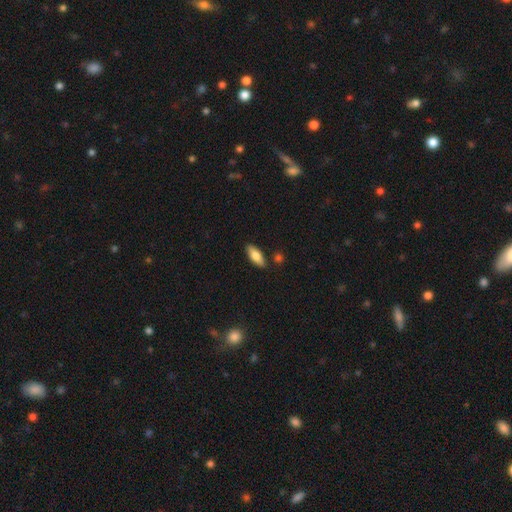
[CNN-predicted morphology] Overall: smooth (77%). How rounded: in between (74%). Merging: none (86%).